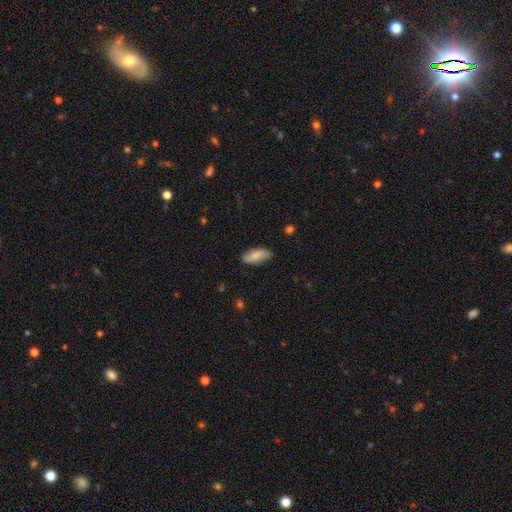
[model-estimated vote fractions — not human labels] A smooth galaxy with no disk features (71%) that is in between round and cigar-shaped (83%). Merging: none (83%).